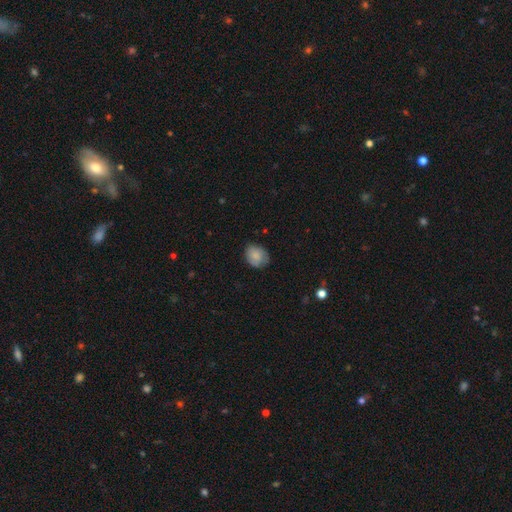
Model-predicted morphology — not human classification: A smooth galaxy with no disk features (82%) that is round (56%).

Vote fractions:
- Smooth or featured? smooth: 82% / featured or disk: 11% / star or artifact: 8%
- How rounded? round: 56% / in between: 43% / cigar-shaped: 1%
- Merging? none: 73% / minor disturbance: 22% / major disturbance: 4% / merger: 1%